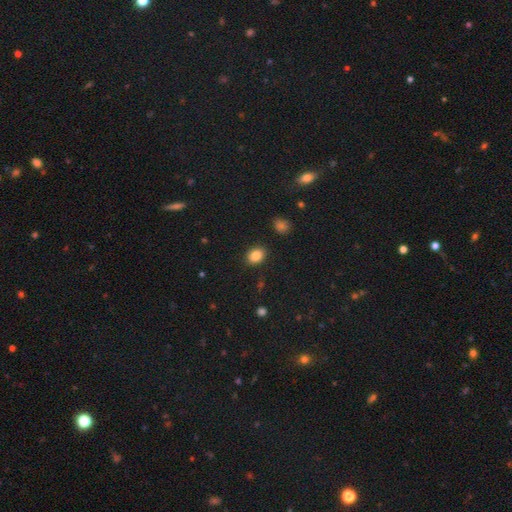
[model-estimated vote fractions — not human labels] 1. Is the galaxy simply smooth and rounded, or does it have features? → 85% smooth, 9% star or artifact, 5% featured or disk.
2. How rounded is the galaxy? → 65% in between, 34% round, 1% cigar-shaped.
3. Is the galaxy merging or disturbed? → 88% none, 8% minor disturbance, 2% major disturbance, 2% merger.